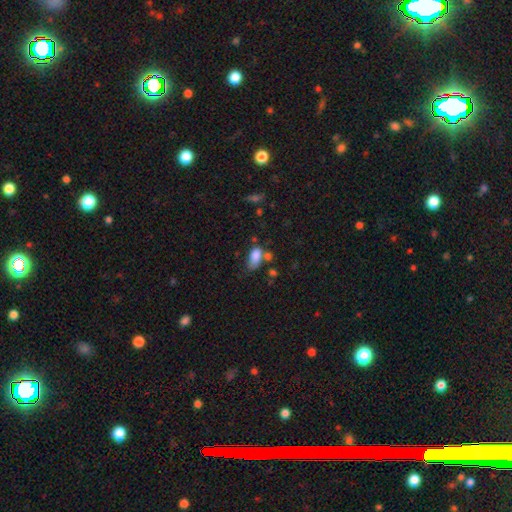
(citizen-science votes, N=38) Smooth or featured? smooth (82%)
How rounded? in between (81%)
Merging? minor disturbance (43%)